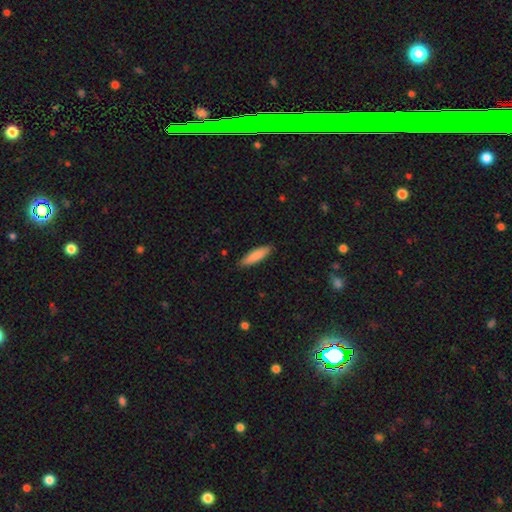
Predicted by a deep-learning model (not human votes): smooth 85%, featured or disk 10%, star or artifact 5%. Down the decision tree: how rounded — cigar-shaped (65%); merging — none (87%).